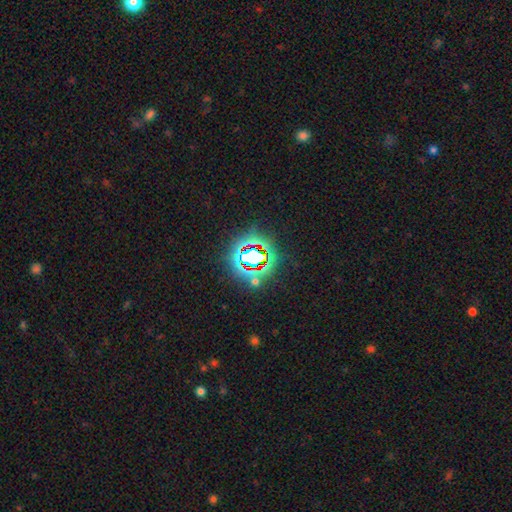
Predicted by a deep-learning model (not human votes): Q: Smooth or featured?
A: star or artifact (74%); runner-up: smooth (16%)